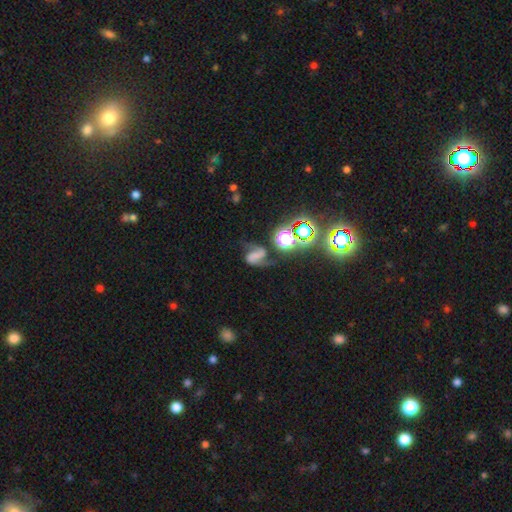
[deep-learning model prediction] Smooth or featured? featured or disk (64%)
Edge-on disk? no (97%)
Bar? strong (40%)
Spiral arms? yes (91%)
Spiral winding? loose (59%)
Spiral arm count? 2 (88%)
Bulge size? none (60%)
Merging? none (52%)